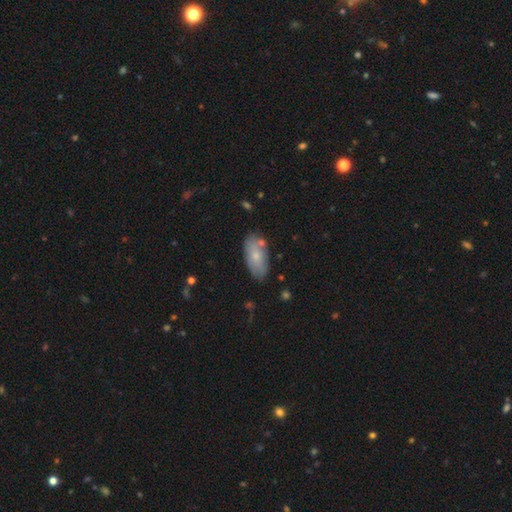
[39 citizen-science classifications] smooth_or_featured: smooth (p=0.69) [alt: featured or disk p=0.23]
how_rounded: in between (p=0.93) [alt: cigar-shaped p=0.07]
merging: none (p=0.83) [alt: minor disturbance p=0.11]